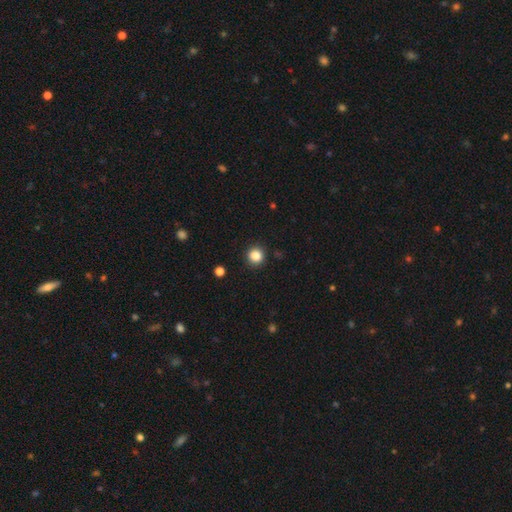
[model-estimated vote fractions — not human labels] Smooth or featured?
  - smooth: 86% *
  - star or artifact: 11%
  - featured or disk: 3%
How rounded?
  - round: 92% *
  - in between: 7%
  - cigar-shaped: 1%
Merging?
  - none: 91% *
  - minor disturbance: 6%
  - major disturbance: 2%
  - merger: 1%